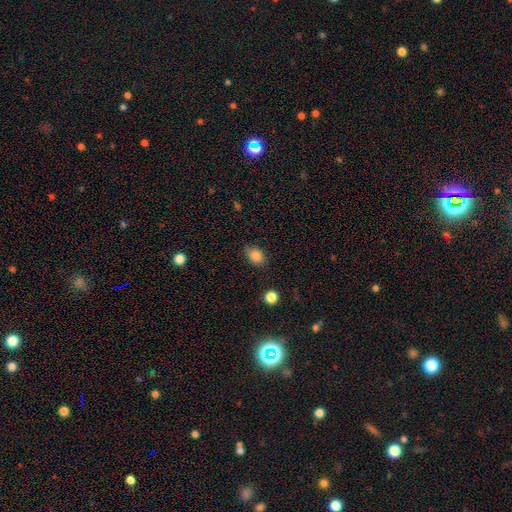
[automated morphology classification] type=smooth (84%); roundness=in between (69%); merging=none (78%).